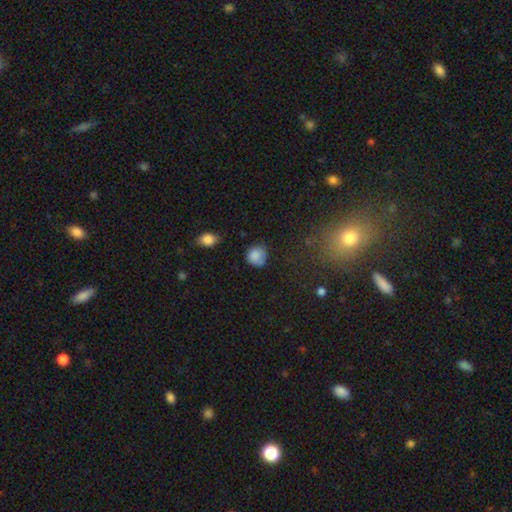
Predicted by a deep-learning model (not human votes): Smooth or featured? smooth (84%)
How rounded? round (81%)
Merging? none (64%)